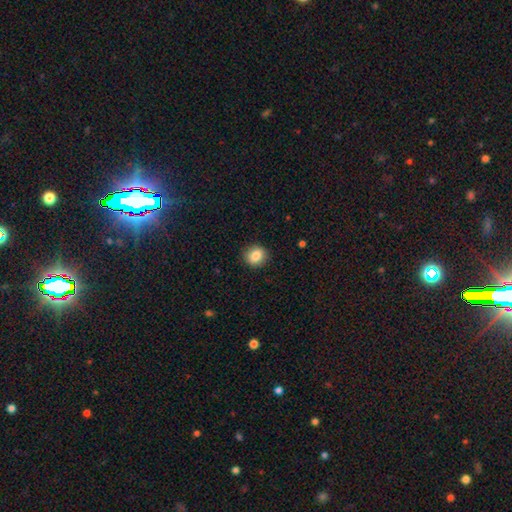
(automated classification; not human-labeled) Morphology: type=smooth (84%); roundness=round (79%); merging=none (89%).